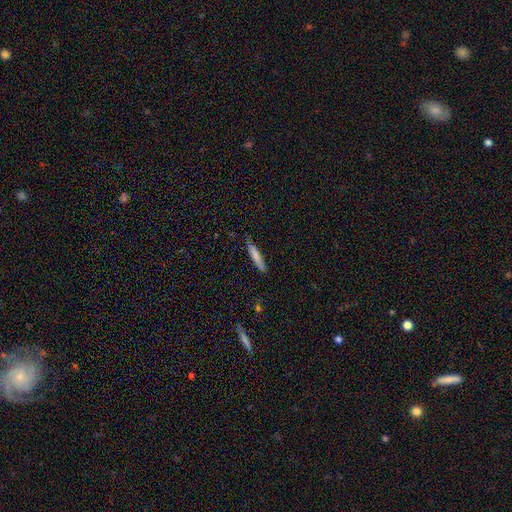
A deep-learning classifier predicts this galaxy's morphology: Smooth or featured?
  - smooth: 76% *
  - featured or disk: 18%
  - star or artifact: 6%
How rounded?
  - cigar-shaped: 91% *
  - in between: 7%
  - round: 1%
Merging?
  - none: 83% *
  - minor disturbance: 14%
  - major disturbance: 2%
  - merger: 1%